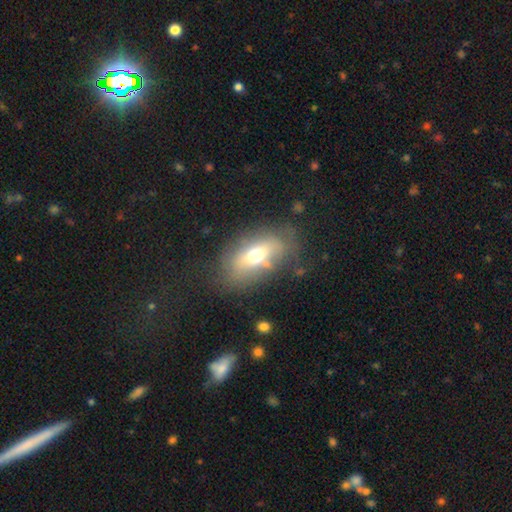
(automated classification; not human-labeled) Smooth or featured? smooth (56%)
How rounded? in between (82%)
Merging? none (63%)